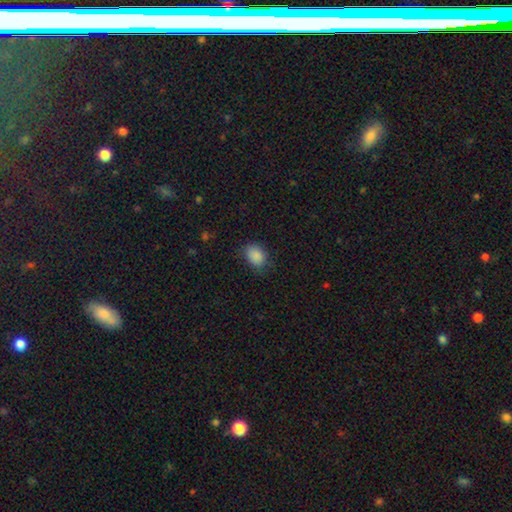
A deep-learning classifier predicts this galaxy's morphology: smooth 87%, star or artifact 9%, featured or disk 4%. Down the decision tree: how rounded — in between (69%); merging — none (74%).